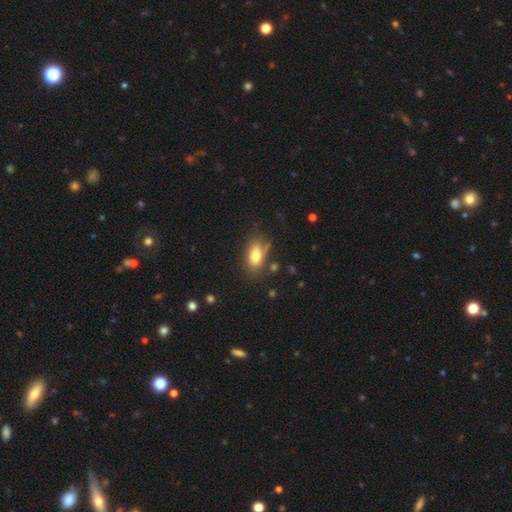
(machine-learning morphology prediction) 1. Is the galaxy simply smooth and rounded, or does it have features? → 77% smooth, 15% featured or disk, 8% star or artifact.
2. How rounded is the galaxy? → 86% in between, 8% cigar-shaped, 6% round.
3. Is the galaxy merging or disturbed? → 66% none, 21% minor disturbance, 7% major disturbance, 5% merger.